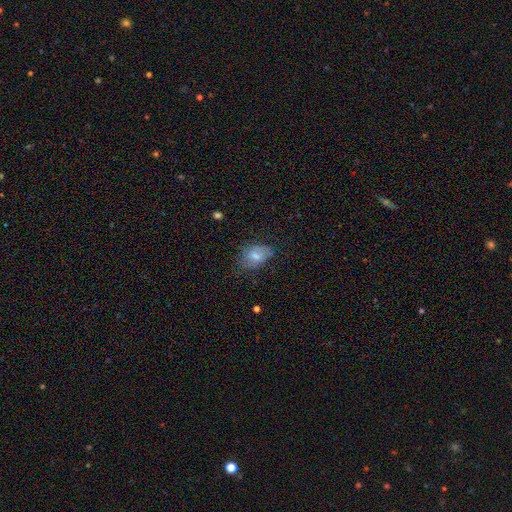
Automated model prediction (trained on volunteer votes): Q: Smooth or featured?
A: smooth (66%); runner-up: featured or disk (23%)
Q: How rounded?
A: in between (79%); runner-up: round (20%)
Q: Merging?
A: none (57%); runner-up: minor disturbance (29%)